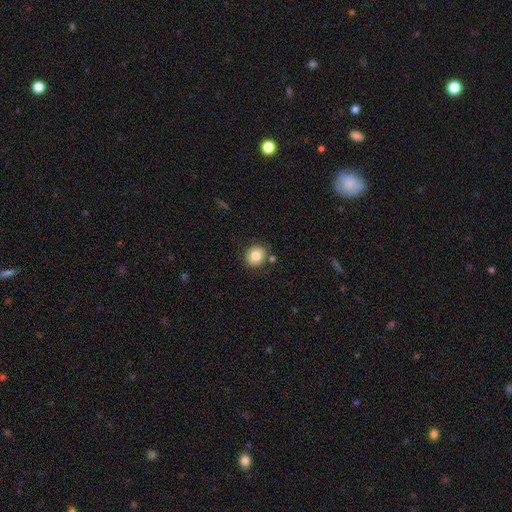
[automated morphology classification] Q: Smooth or featured?
A: smooth (82%); runner-up: star or artifact (9%)
Q: How rounded?
A: round (76%); runner-up: in between (24%)
Q: Merging?
A: none (81%); runner-up: minor disturbance (11%)